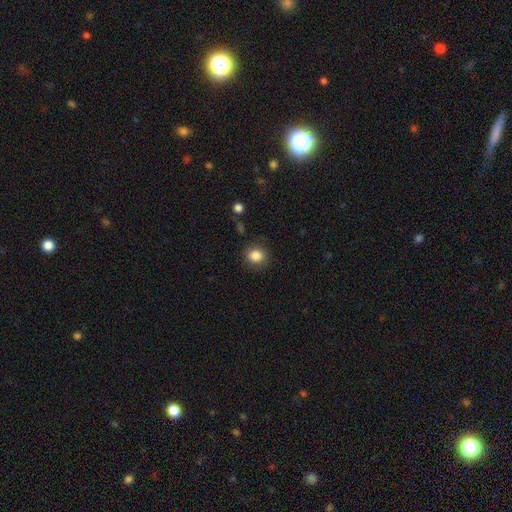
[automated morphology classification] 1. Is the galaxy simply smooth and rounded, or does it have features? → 85% smooth, 10% star or artifact, 5% featured or disk.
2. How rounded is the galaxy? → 81% round, 18% in between, 1% cigar-shaped.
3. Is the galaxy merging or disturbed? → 86% none, 10% minor disturbance, 3% major disturbance, 2% merger.